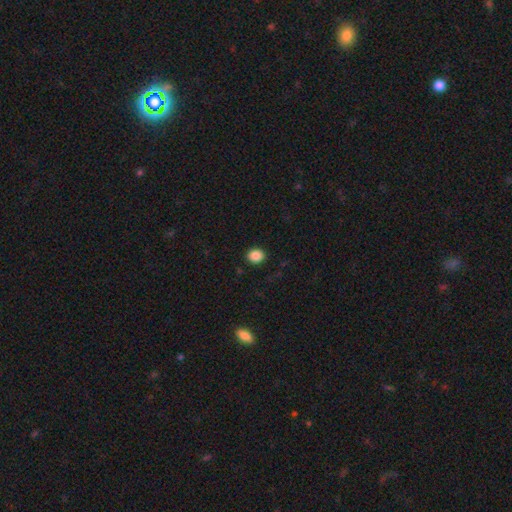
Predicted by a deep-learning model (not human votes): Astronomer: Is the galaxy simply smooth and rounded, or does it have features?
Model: smooth — 87%.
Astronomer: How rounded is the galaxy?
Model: round — 67%.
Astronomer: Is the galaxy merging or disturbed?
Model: none — 91%.